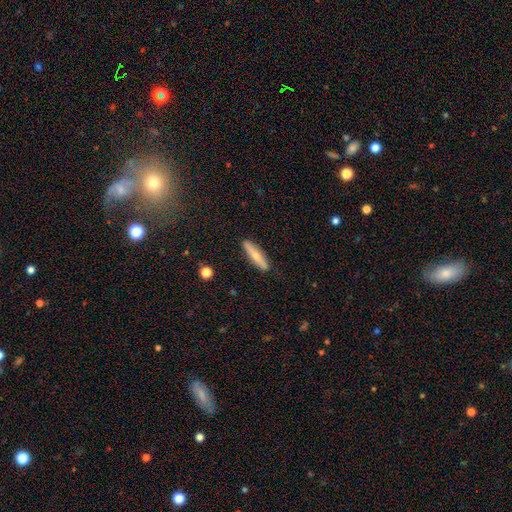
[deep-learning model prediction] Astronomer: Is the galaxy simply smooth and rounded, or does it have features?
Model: smooth — 59% (runner-up: featured or disk, 34%).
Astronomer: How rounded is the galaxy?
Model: cigar-shaped — 82%.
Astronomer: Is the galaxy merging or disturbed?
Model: none — 88%.